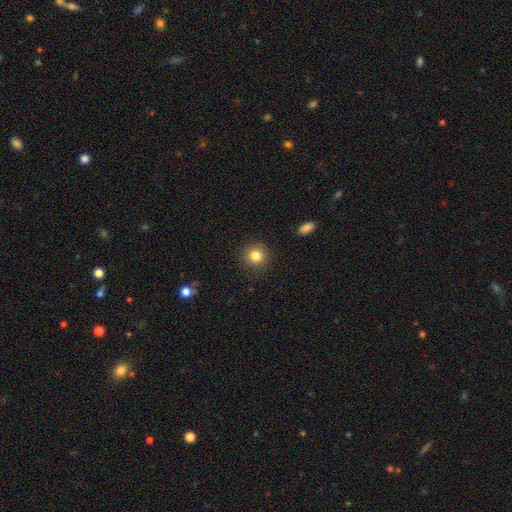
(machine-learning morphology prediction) Smooth or featured?
  - smooth: 83% *
  - star or artifact: 11%
  - featured or disk: 6%
How rounded?
  - round: 92% *
  - in between: 7%
  - cigar-shaped: 1%
Merging?
  - none: 90% *
  - minor disturbance: 7%
  - major disturbance: 2%
  - merger: 1%